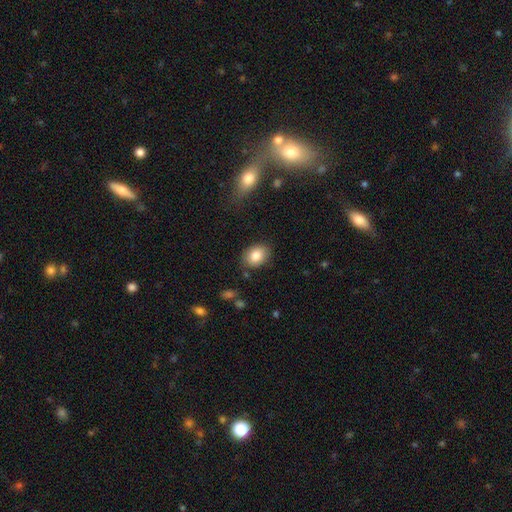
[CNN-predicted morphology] The model was most divided on "how rounded": in between: 70%, round: 29%, cigar-shaped: 1%. More confident: smooth or featured — smooth (83%); merging — none (81%).